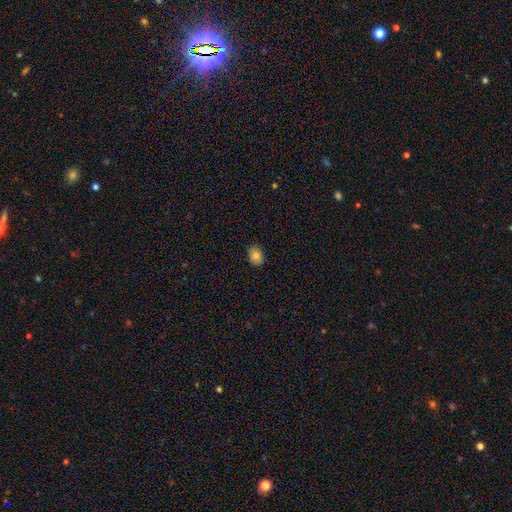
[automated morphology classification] The model was most divided on "how rounded": in between: 57%, round: 42%, cigar-shaped: 1%. More confident: merging — none (83%); smooth or featured — smooth (80%).